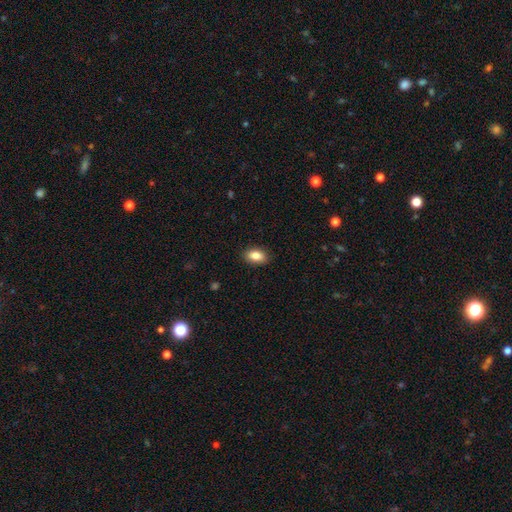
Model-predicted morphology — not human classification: The model was most divided on "smooth or featured": smooth: 85%, star or artifact: 8%, featured or disk: 7%. More confident: how rounded — in between (89%); merging — none (89%).